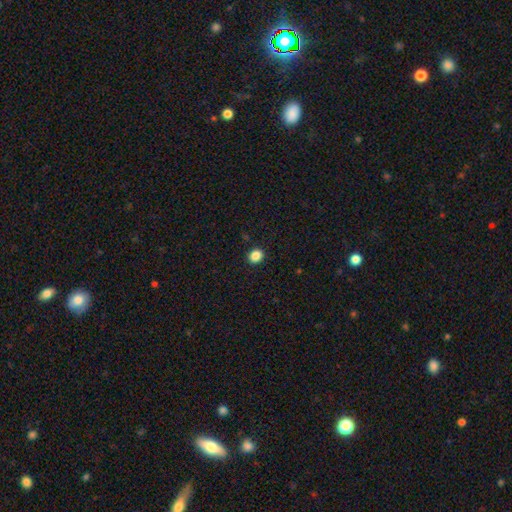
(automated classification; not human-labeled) This is clearly a smooth galaxy (87%). How rounded: likely round (63%). Merging: clearly none (92%).